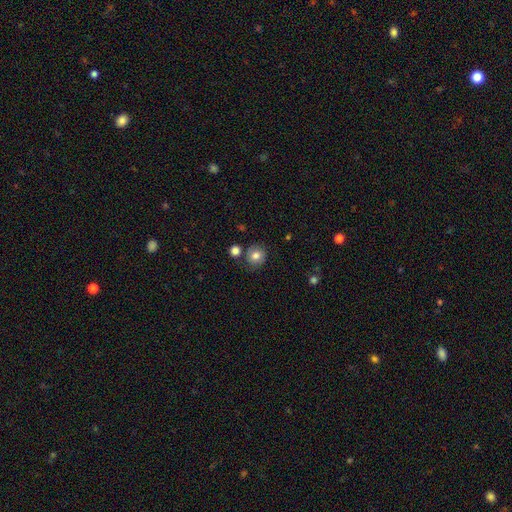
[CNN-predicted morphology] A smooth galaxy with no disk features (80%) that is round (87%).

Vote fractions:
- Smooth or featured? smooth: 80% / featured or disk: 10% / star or artifact: 10%
- How rounded? round: 87% / in between: 12% / cigar-shaped: 1%
- Merging? none: 76% / minor disturbance: 12% / merger: 9% / major disturbance: 4%